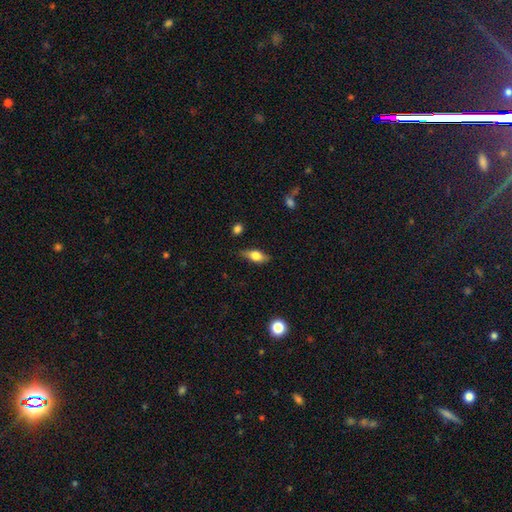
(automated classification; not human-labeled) The model was most divided on "smooth or featured": smooth: 60%, featured or disk: 33%, star or artifact: 7%. More confident: merging — none (80%); how rounded — in between (73%).